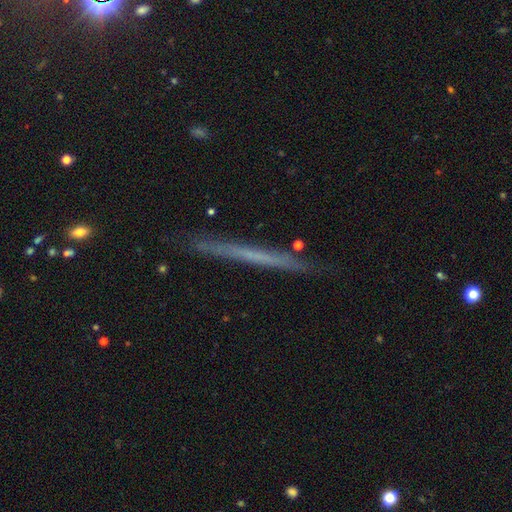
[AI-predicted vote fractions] A featured or disk galaxy (52%) viewed edge-on (97%) with no central bulge (92%).

Vote fractions:
- Smooth or featured? featured or disk: 52% / smooth: 39% / star or artifact: 8%
- Edge-on disk? yes: 97% / no: 3%
- Edge-on bulge? none: 92% / rounded: 5% / boxy: 3%
- Merging? none: 88% / minor disturbance: 9% / major disturbance: 2% / merger: 1%